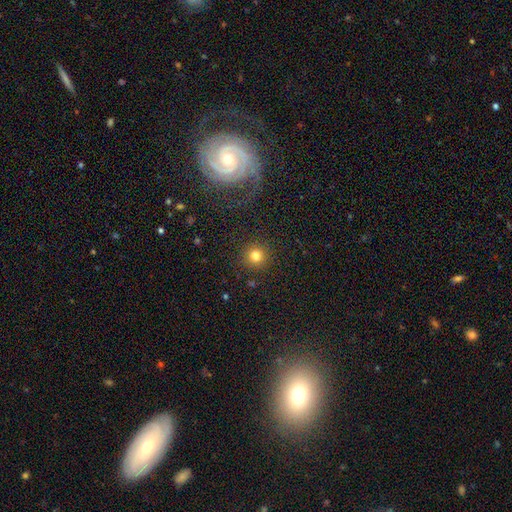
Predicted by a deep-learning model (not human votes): Smooth or featured? Predicted: smooth (p=0.80). How rounded? Predicted: round (p=0.94). Merging? Predicted: none (p=0.91).